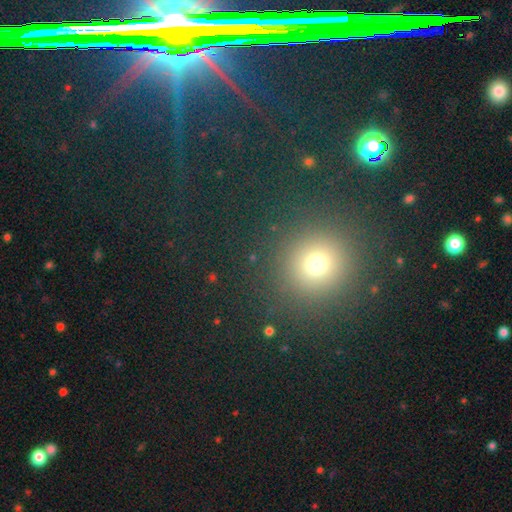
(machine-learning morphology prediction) Smooth or featured? smooth (55%)
How rounded? round (92%)
Merging? none (91%)